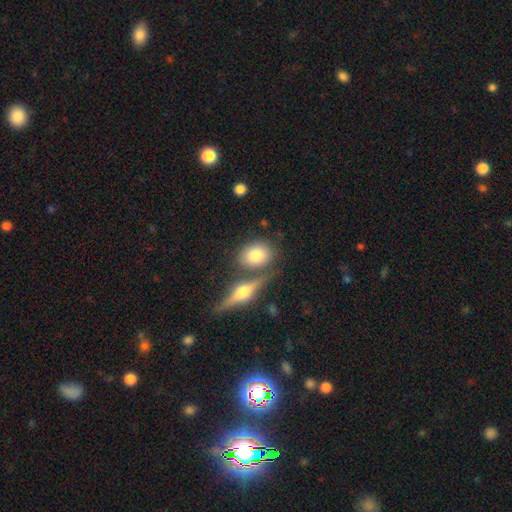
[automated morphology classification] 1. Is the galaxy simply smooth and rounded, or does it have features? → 73% smooth, 20% featured or disk, 7% star or artifact.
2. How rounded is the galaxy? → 55% in between, 41% round, 4% cigar-shaped.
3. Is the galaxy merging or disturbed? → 64% none, 19% merger, 13% minor disturbance, 4% major disturbance.